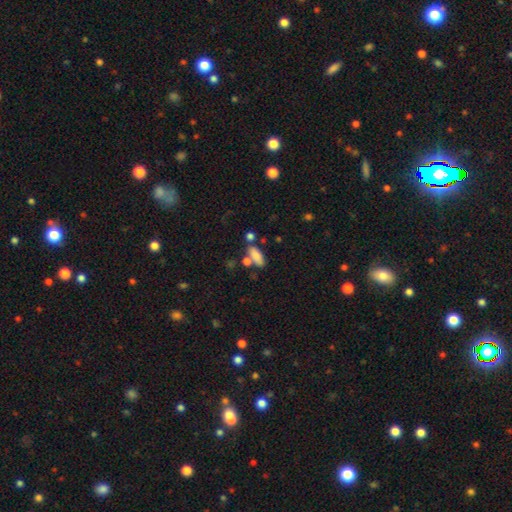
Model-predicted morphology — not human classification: Smooth or featured: smooth — 80% (featured or disk — 11%)
How rounded: in between — 77% (cigar-shaped — 19%)
Merging: none — 56% (merger — 23%)